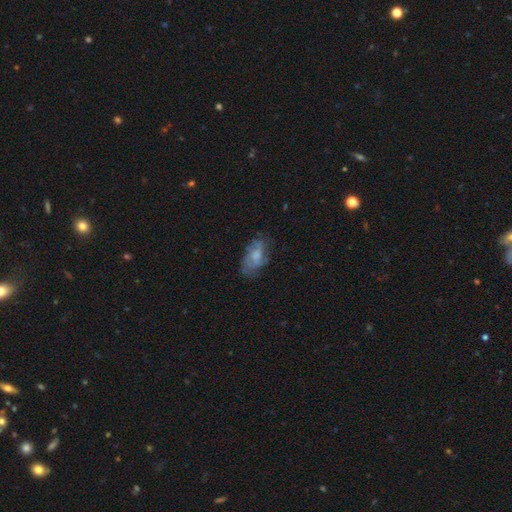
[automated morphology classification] Smooth or featured?
  - smooth: 48% *
  - featured or disk: 44%
  - star or artifact: 8%
Merging?
  - none: 56% *
  - minor disturbance: 26%
  - major disturbance: 15%
  - merger: 2%